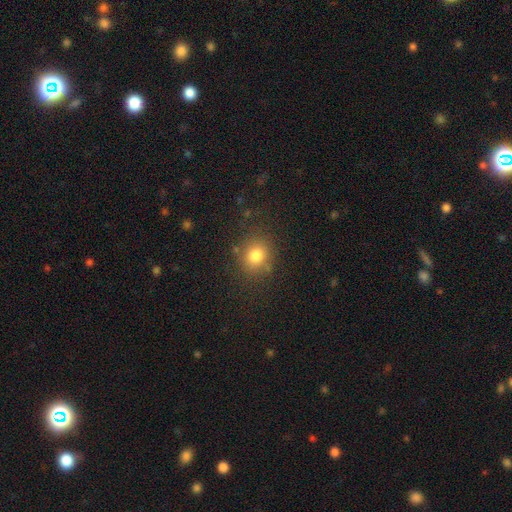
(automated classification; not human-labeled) smooth_or_featured: smooth (p=0.79) [alt: star or artifact p=0.13]
how_rounded: round (p=0.73) [alt: in between p=0.26]
merging: none (p=0.81) [alt: minor disturbance p=0.12]